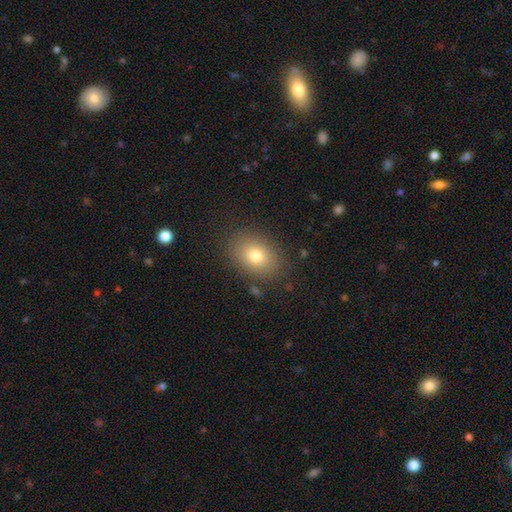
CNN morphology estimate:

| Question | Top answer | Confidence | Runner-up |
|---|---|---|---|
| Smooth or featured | smooth | 77% | featured or disk (12%) |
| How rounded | in between | 69% | round (30%) |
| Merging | none | 85% | minor disturbance (10%) |